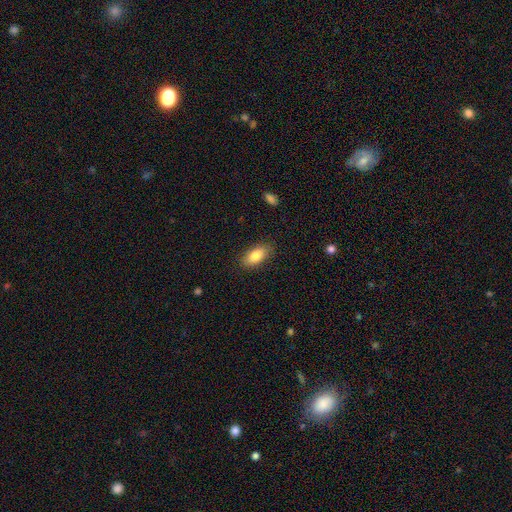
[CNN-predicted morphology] This is clearly a smooth galaxy (84%). How rounded: clearly in between (89%). Merging: clearly none (86%).